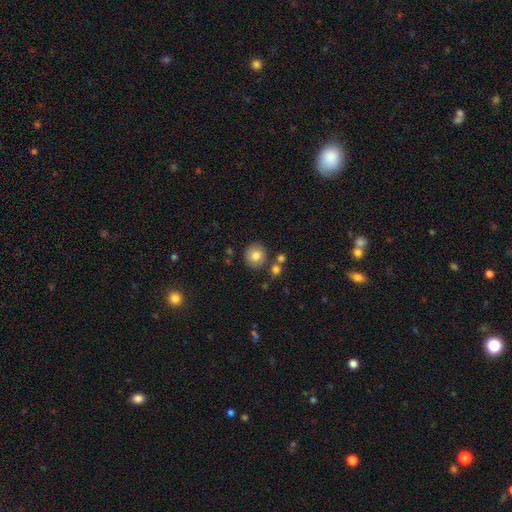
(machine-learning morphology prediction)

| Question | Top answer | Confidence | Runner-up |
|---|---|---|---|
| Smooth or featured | smooth | 81% | star or artifact (10%) |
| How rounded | round | 87% | in between (12%) |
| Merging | none | 80% | minor disturbance (9%) |